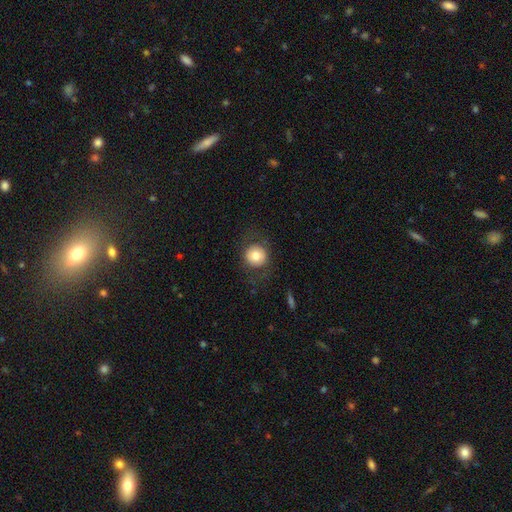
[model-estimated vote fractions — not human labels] Q: Smooth or featured?
A: smooth (73%); runner-up: featured or disk (18%)
Q: How rounded?
A: round (91%); runner-up: in between (8%)
Q: Merging?
A: none (80%); runner-up: minor disturbance (11%)